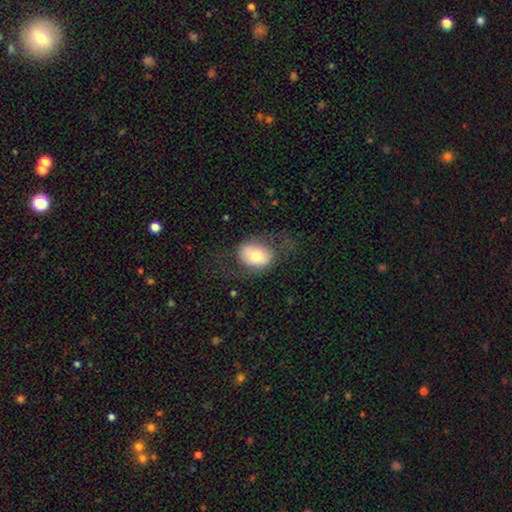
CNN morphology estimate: Smooth or featured?
  - smooth: 64% *
  - featured or disk: 29%
  - star or artifact: 7%
How rounded?
  - in between: 65% *
  - round: 34%
  - cigar-shaped: 1%
Merging?
  - none: 61% *
  - minor disturbance: 19%
  - major disturbance: 19%
  - merger: 1%